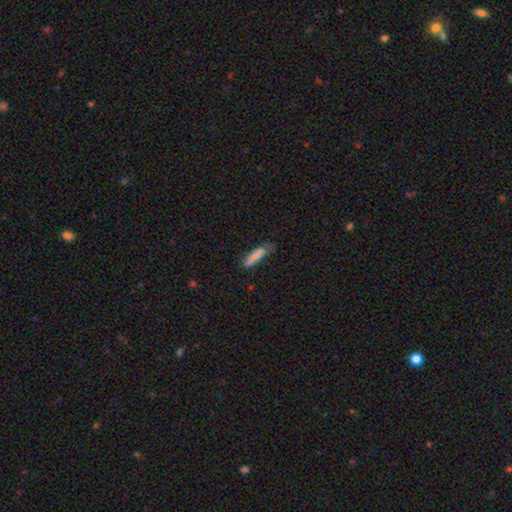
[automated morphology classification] Smooth or featured?
  - smooth: 81% *
  - featured or disk: 12%
  - star or artifact: 7%
How rounded?
  - cigar-shaped: 83% *
  - in between: 16%
  - round: 2%
Merging?
  - none: 58% *
  - minor disturbance: 28%
  - major disturbance: 10%
  - merger: 4%